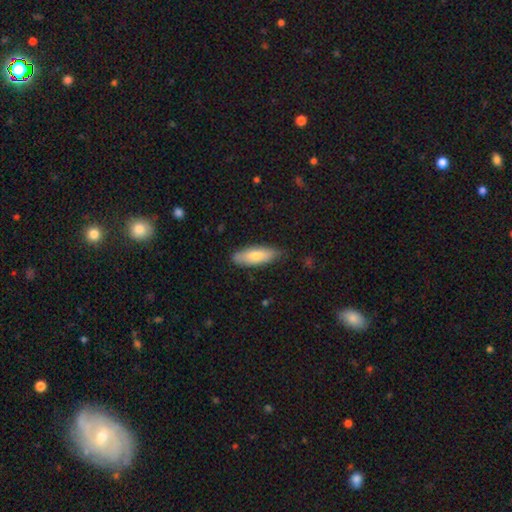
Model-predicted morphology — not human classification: smooth-or-featured: smooth: 77% | featured or disk: 17% | star or artifact: 5%
  how-rounded: in between: 61% | cigar-shaped: 37% | round: 2%
  merging: none: 82% | minor disturbance: 15% | major disturbance: 2% | merger: 1%